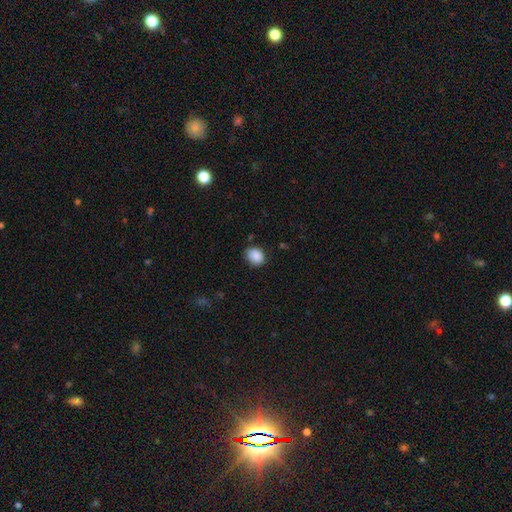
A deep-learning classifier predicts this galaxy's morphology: smooth_or_featured: smooth (p=0.88) [alt: star or artifact p=0.08]
how_rounded: in between (p=0.50) [alt: round p=0.49]
merging: none (p=0.79) [alt: minor disturbance p=0.17]